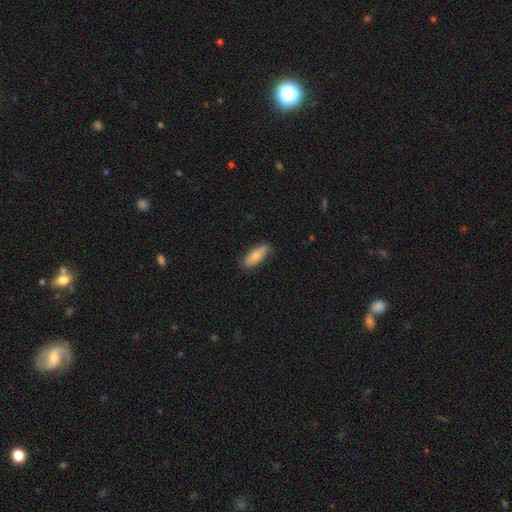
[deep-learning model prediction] Morphology: type=smooth (76%); roundness=in between (73%); merging=none (83%).